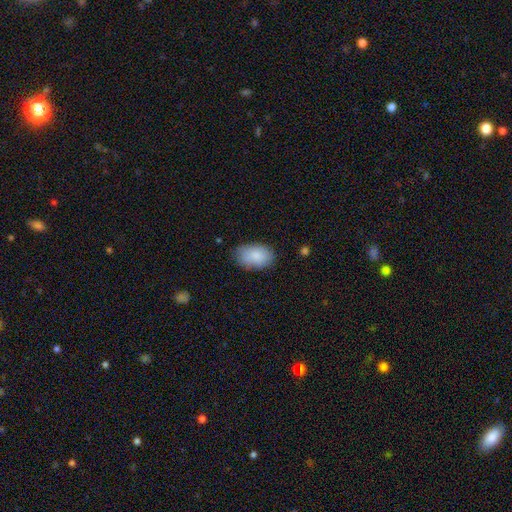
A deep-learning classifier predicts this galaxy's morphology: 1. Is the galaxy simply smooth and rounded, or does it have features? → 86% smooth, 8% featured or disk, 6% star or artifact.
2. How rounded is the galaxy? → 91% in between, 8% round, 1% cigar-shaped.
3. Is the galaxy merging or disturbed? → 76% none, 19% minor disturbance, 4% major disturbance, 1% merger.